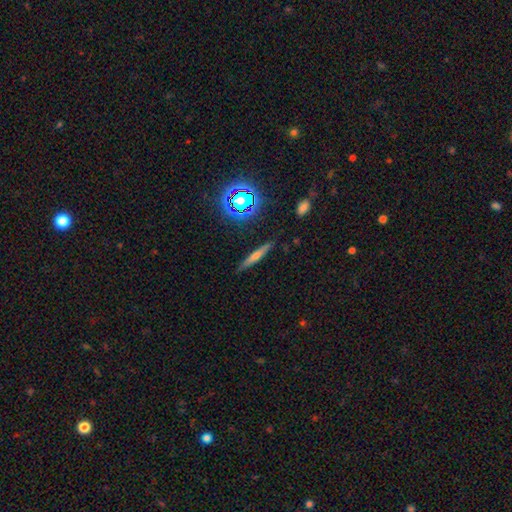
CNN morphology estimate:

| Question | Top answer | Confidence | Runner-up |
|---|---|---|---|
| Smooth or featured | featured or disk | 43% | smooth (42%) |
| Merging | none | 87% | minor disturbance (9%) |